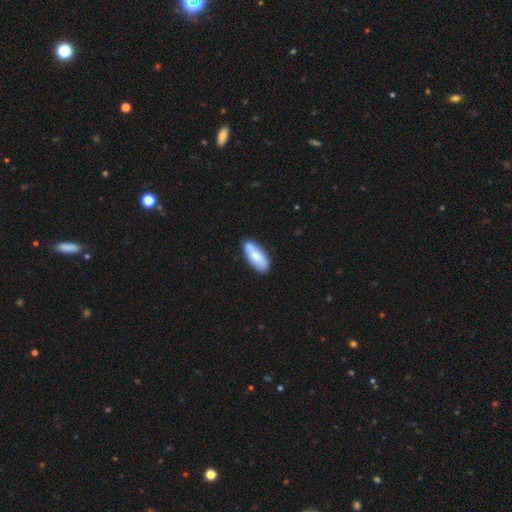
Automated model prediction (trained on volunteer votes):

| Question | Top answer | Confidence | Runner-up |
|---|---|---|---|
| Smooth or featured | smooth | 73% | featured or disk (22%) |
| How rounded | in between | 74% | cigar-shaped (24%) |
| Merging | none | 61% | merger (18%) |